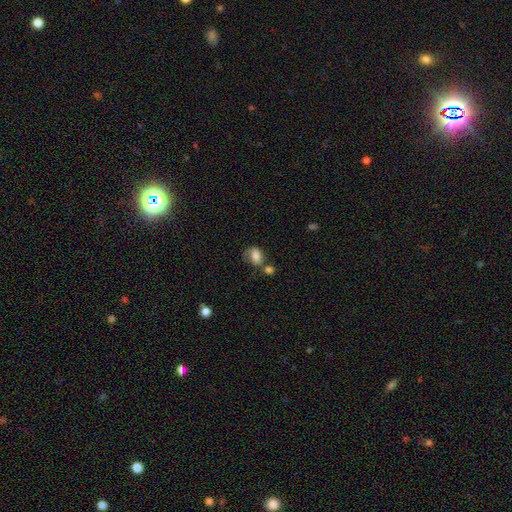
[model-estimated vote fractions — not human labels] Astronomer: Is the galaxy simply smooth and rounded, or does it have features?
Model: smooth — 64%.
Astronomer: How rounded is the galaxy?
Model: in between — 58% (runner-up: round, 41%).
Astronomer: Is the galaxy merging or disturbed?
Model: none — 39% (runner-up: merger, 24%).